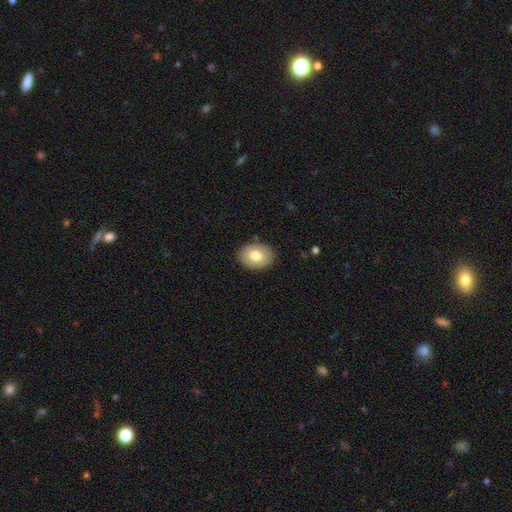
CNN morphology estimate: This appears to be a smooth galaxy with no disk features (73%) that is in between round and cigar-shaped (66%). Merging: none (87%).